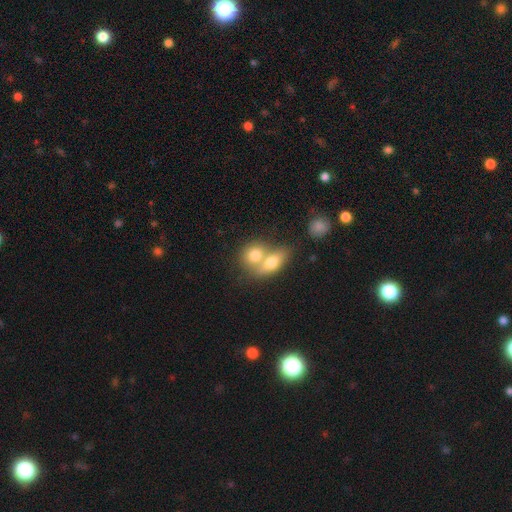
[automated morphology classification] Smooth or featured? Predicted: smooth (p=0.66). How rounded? Predicted: in between (p=0.51). Merging? Predicted: merger (p=0.66).